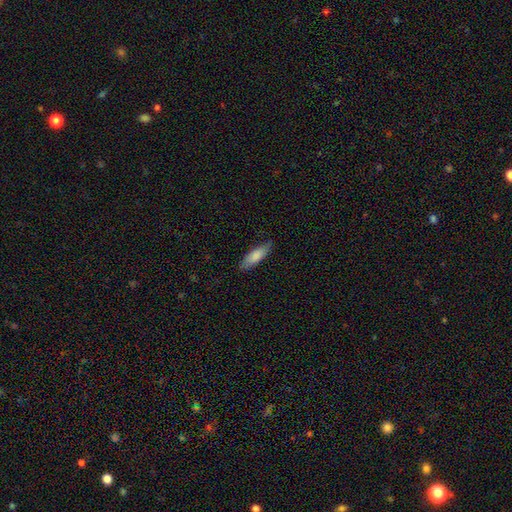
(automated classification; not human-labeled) Q: Smooth or featured?
A: smooth (82%); runner-up: featured or disk (12%)
Q: How rounded?
A: cigar-shaped (50%); runner-up: in between (48%)
Q: Merging?
A: none (81%); runner-up: minor disturbance (15%)